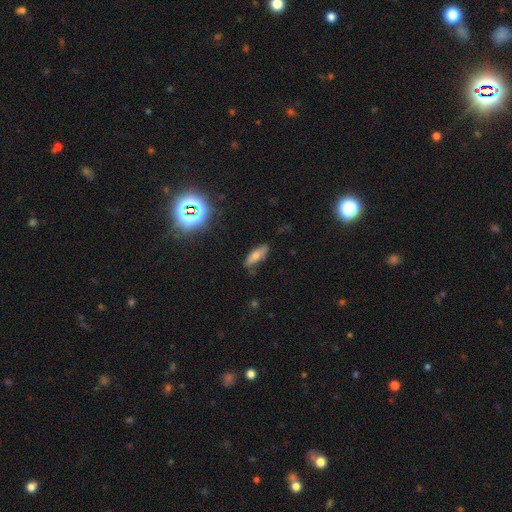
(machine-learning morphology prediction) smooth_or_featured: smooth (p=0.69) [alt: featured or disk p=0.19]
how_rounded: in between (p=0.57) [alt: cigar-shaped p=0.40]
merging: none (p=0.68) [alt: minor disturbance p=0.24]